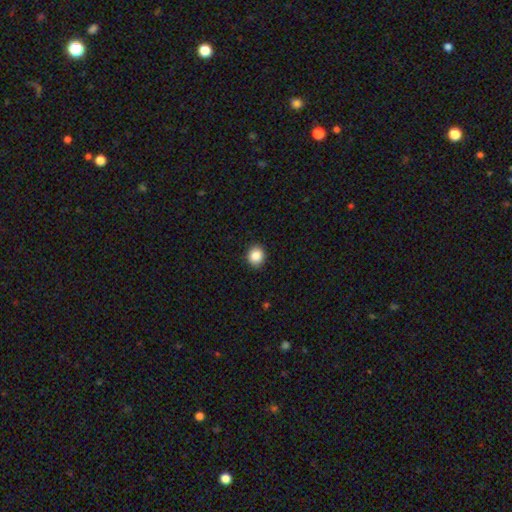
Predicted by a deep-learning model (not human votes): Smooth or featured? smooth (87%)
How rounded? round (76%)
Merging? none (91%)